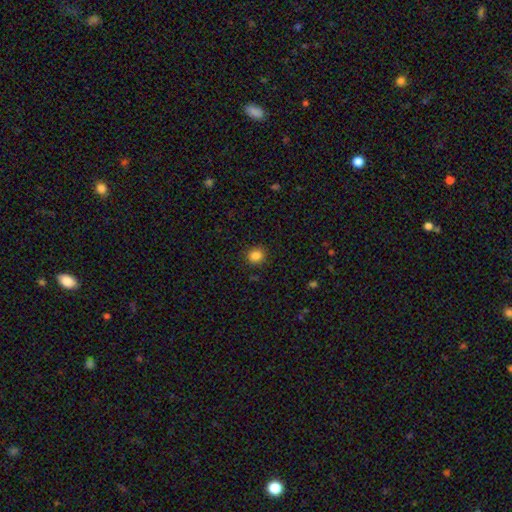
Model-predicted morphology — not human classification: smooth-or-featured: smooth: 85% | star or artifact: 11% | featured or disk: 4%
  how-rounded: round: 85% | in between: 14% | cigar-shaped: 1%
  merging: none: 90% | minor disturbance: 7% | major disturbance: 2% | merger: 1%